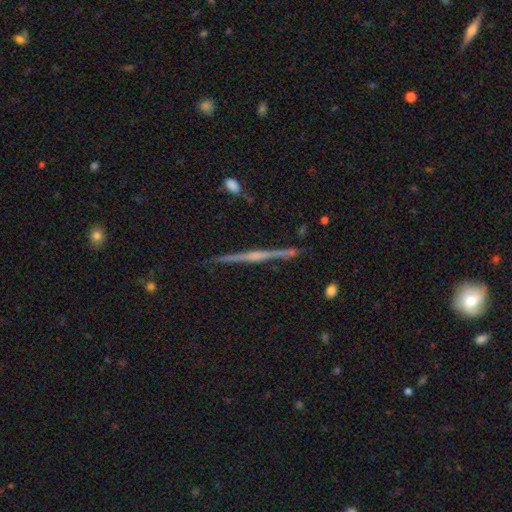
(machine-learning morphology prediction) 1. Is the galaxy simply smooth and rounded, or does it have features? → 81% featured or disk, 12% smooth, 7% star or artifact.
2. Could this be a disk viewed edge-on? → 98% yes, 2% no.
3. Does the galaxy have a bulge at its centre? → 71% rounded, 20% none, 9% boxy.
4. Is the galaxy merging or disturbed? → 91% none, 6% minor disturbance, 2% merger, 1% major disturbance.